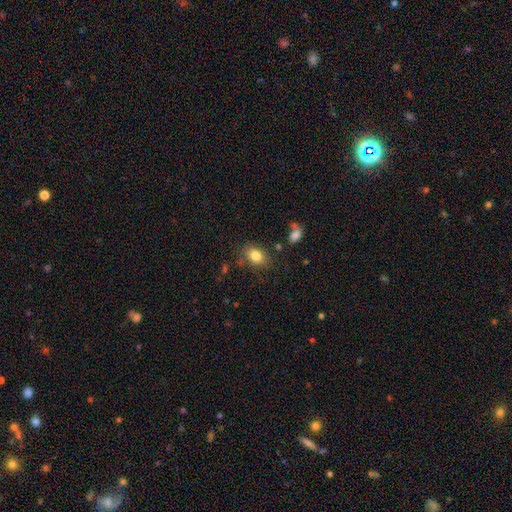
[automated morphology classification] This appears to be a smooth galaxy with no disk features (82%) that is in between round and cigar-shaped (71%). Merging: none (77%).